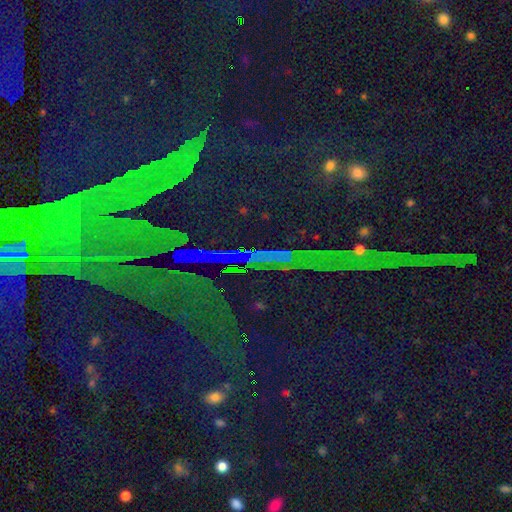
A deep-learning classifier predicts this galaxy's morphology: A star or artifact, not a galaxy (84%).